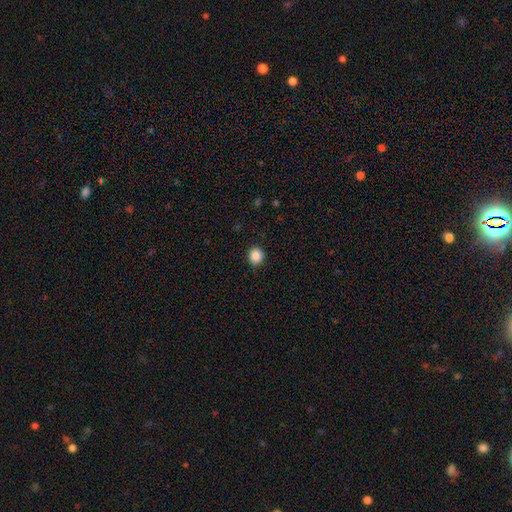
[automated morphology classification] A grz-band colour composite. It shows a smooth galaxy with no disk features (87%) that is round (86%). Merging: none (92%).